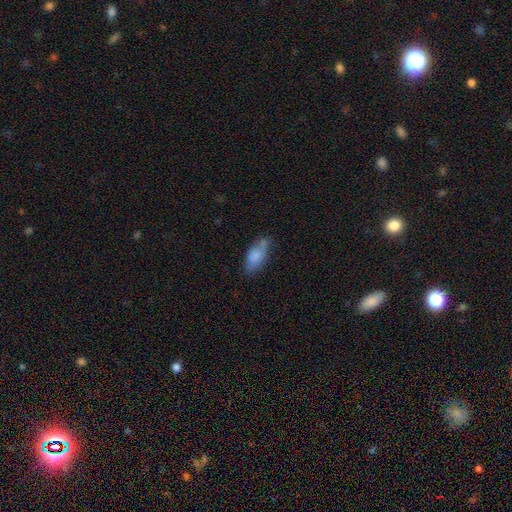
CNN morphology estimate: smooth 78%, featured or disk 15%, star or artifact 8%. Down the decision tree: how rounded — in between (88%); merging — none (54%).